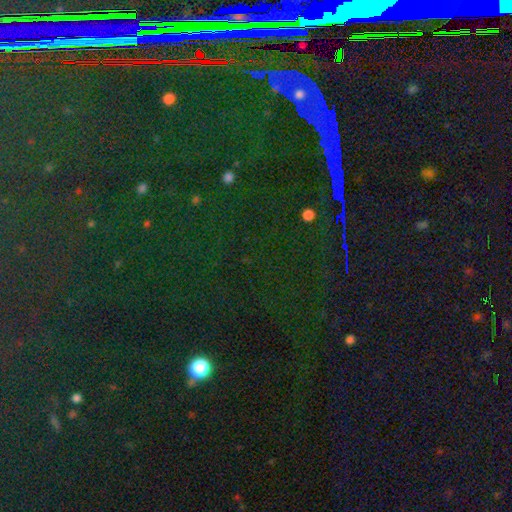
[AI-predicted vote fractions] Q: Smooth or featured?
A: star or artifact (79%); runner-up: smooth (12%)